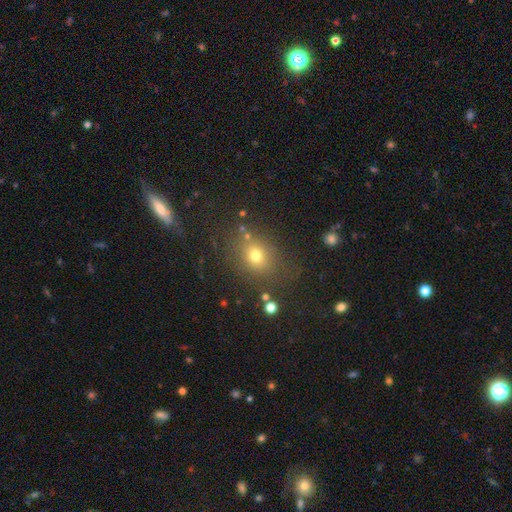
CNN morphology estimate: Smooth or featured? smooth (70%)
How rounded? round (57%)
Merging? none (77%)